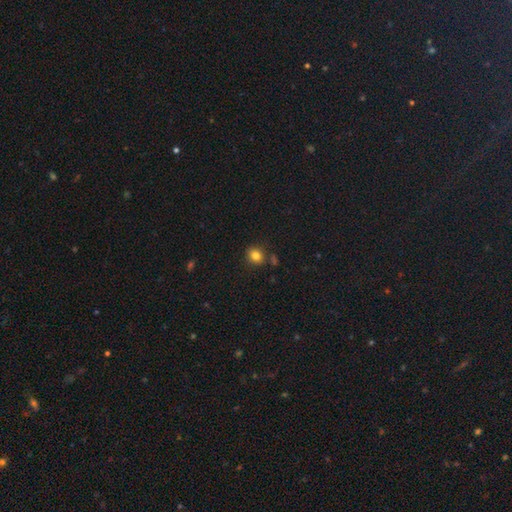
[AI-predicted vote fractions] smooth_or_featured: smooth (p=0.82) [alt: star or artifact p=0.12]
how_rounded: round (p=0.66) [alt: in between p=0.33]
merging: none (p=0.80) [alt: minor disturbance p=0.11]